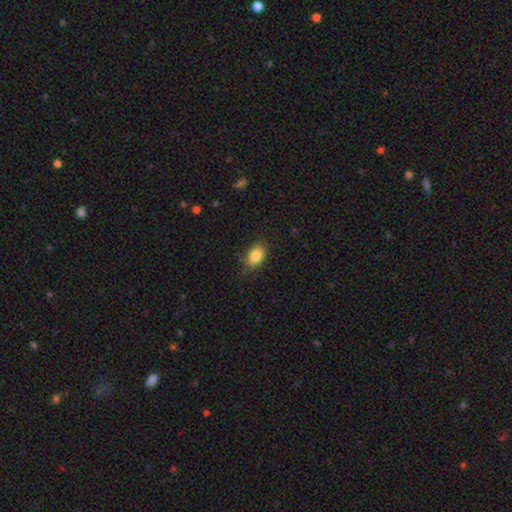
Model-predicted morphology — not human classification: smooth-or-featured: smooth: 86% | star or artifact: 9% | featured or disk: 6%
  how-rounded: in between: 85% | round: 14% | cigar-shaped: 2%
  merging: none: 81% | minor disturbance: 14% | major disturbance: 3% | merger: 1%